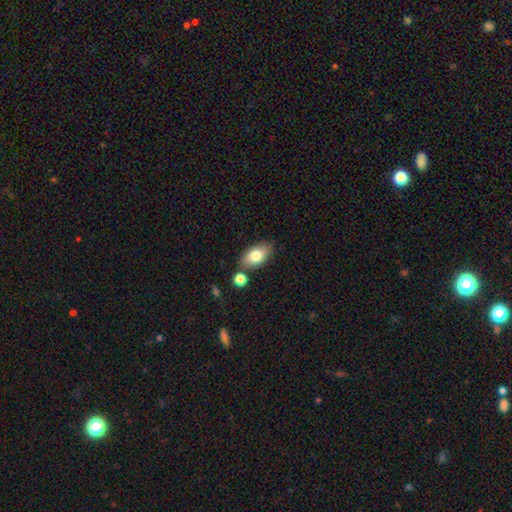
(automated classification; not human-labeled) smooth_or_featured: smooth (p=0.80) [alt: featured or disk p=0.13]
how_rounded: in between (p=0.91) [alt: round p=0.07]
merging: none (p=0.76) [alt: minor disturbance p=0.13]